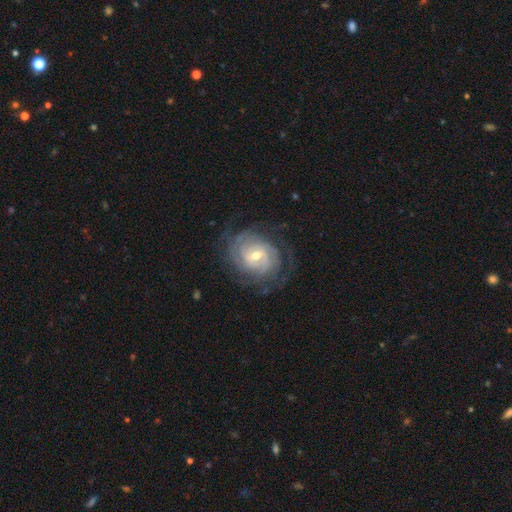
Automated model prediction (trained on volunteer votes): smooth_or_featured: featured or disk (p=0.86) [alt: smooth p=0.08]
disk_edge_on: no (p=0.97) [alt: yes p=0.03]
bar: weak (p=0.49) [alt: no p=0.36]
has_spiral_arms: yes (p=0.96) [alt: no p=0.04]
spiral_winding: tight (p=0.74) [alt: medium p=0.21]
spiral_arm_count: can't tell (p=0.39) [alt: 2 p=0.21]
bulge_size: moderate (p=0.55) [alt: small p=0.40]
merging: none (p=0.74) [alt: minor disturbance p=0.16]